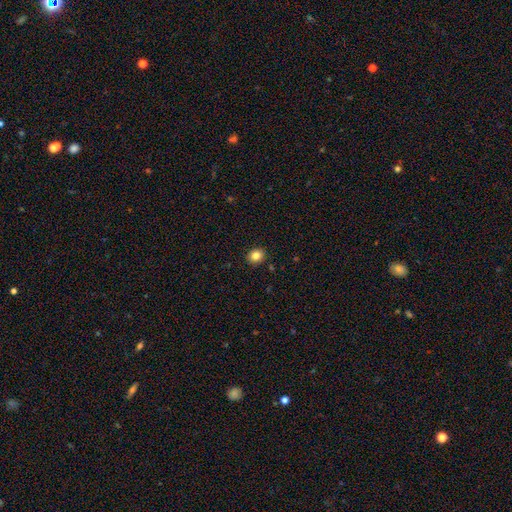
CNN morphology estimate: The model was most divided on "how rounded": round: 70%, in between: 30%, cigar-shaped: 1%. More confident: merging — none (91%); smooth or featured — smooth (83%).